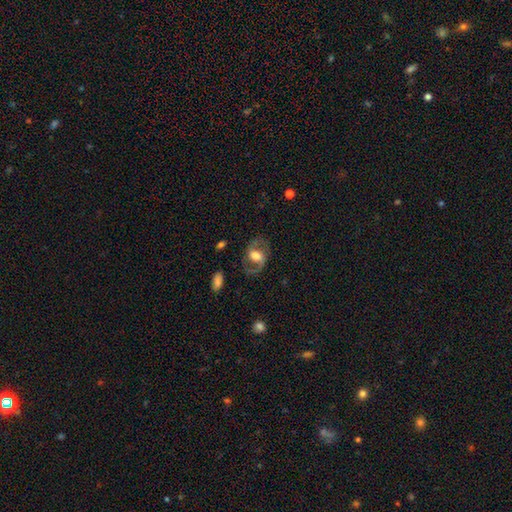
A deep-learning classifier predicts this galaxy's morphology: A featured or disk galaxy (68%) with a weak bar (41%), 2 (87%) medium (51%) spiral arms (82%) and a moderate central bulge (44%).

Vote fractions:
- Smooth or featured? featured or disk: 68% / smooth: 25% / star or artifact: 7%
- Edge-on disk? no: 94% / yes: 6%
- Bar? weak: 41% / no: 37% / strong: 22%
- Spiral arms? yes: 82% / no: 18%
- Spiral winding? medium: 51% / loose: 32% / tight: 16%
- Spiral arm count? 2: 87% / can't tell: 5% / 1: 5% / 3: 1% / 4: 1% / more than 4: 1%
- Bulge size? moderate: 44% / large: 41% / small: 8% / dominant: 4% / none: 3%
- Merging? none: 73% / minor disturbance: 15% / major disturbance: 11% / merger: 2%